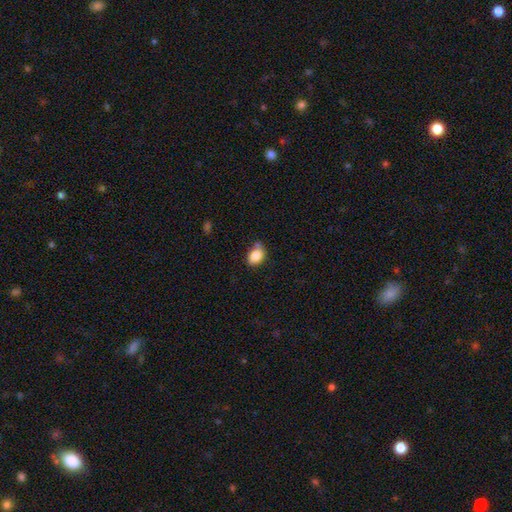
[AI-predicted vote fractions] Overall: smooth (86%). How rounded: in between (70%). Merging: none (59%; minor disturbance 27%).